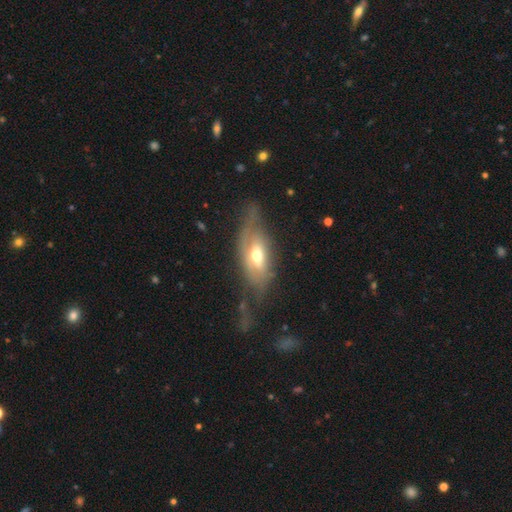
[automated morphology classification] type=featured or disk (56%); edge-on=no (64%); merging=none (39%).